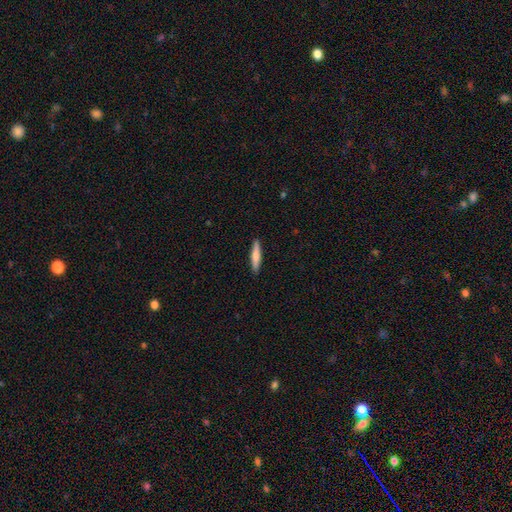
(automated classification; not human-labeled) This is likely a smooth galaxy (68%). How rounded: clearly cigar-shaped (88%). Merging: clearly none (90%).